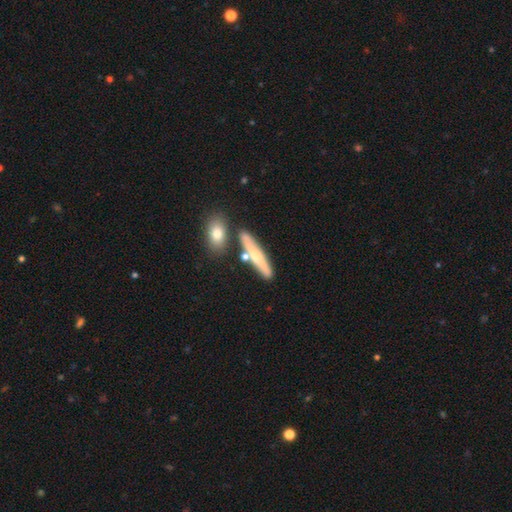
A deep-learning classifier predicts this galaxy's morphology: This is possibly a smooth galaxy (55%). How rounded: clearly cigar-shaped (81%). Merging: likely none (74%).